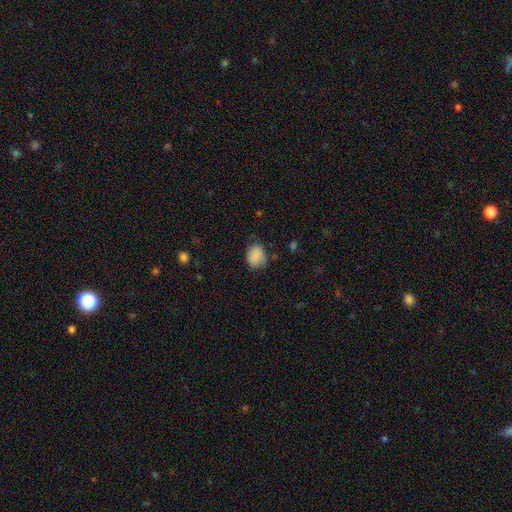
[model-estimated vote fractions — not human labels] A smooth galaxy with no disk features (84%) that is in between round and cigar-shaped (55%).

Vote fractions:
- Smooth or featured? smooth: 84% / star or artifact: 8% / featured or disk: 8%
- How rounded? in between: 55% / round: 44% / cigar-shaped: 1%
- Merging? none: 61% / minor disturbance: 30% / major disturbance: 7% / merger: 2%